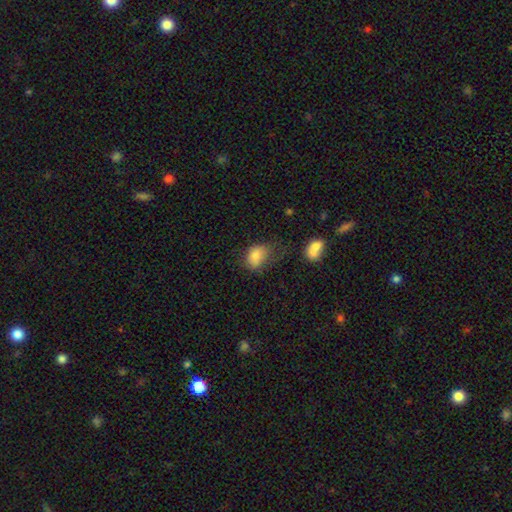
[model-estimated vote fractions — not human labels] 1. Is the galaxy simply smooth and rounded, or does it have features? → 81% smooth, 10% star or artifact, 9% featured or disk.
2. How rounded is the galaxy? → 78% in between, 20% round, 1% cigar-shaped.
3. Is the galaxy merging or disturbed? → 41% none, 33% minor disturbance, 19% major disturbance, 7% merger.